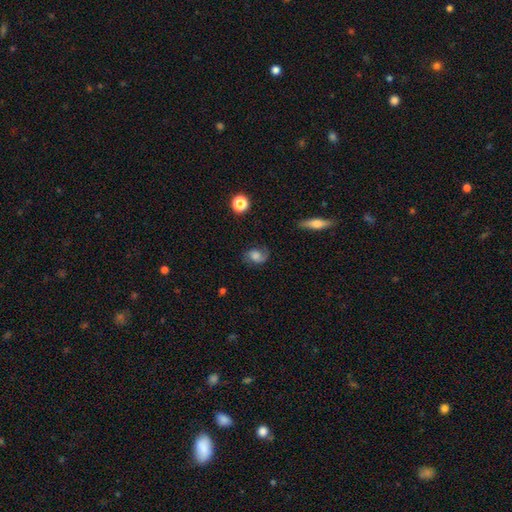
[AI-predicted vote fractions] smooth_or_featured: featured or disk (p=0.50) [alt: smooth p=0.40]
merging: none (p=0.67) [alt: minor disturbance p=0.21]